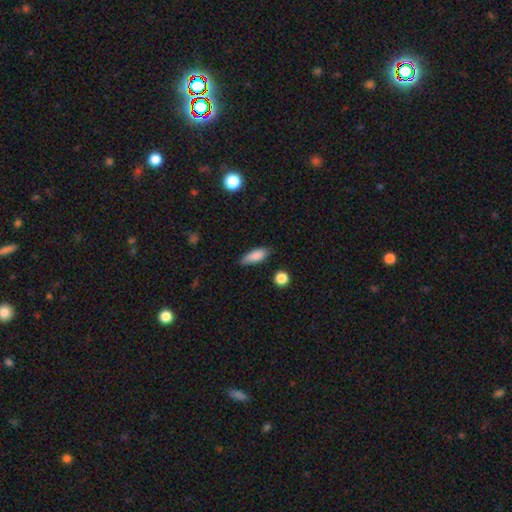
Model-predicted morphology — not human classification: Q: Smooth or featured?
A: smooth (85%); runner-up: star or artifact (7%)
Q: How rounded?
A: in between (70%); runner-up: cigar-shaped (27%)
Q: Merging?
A: none (77%); runner-up: minor disturbance (18%)